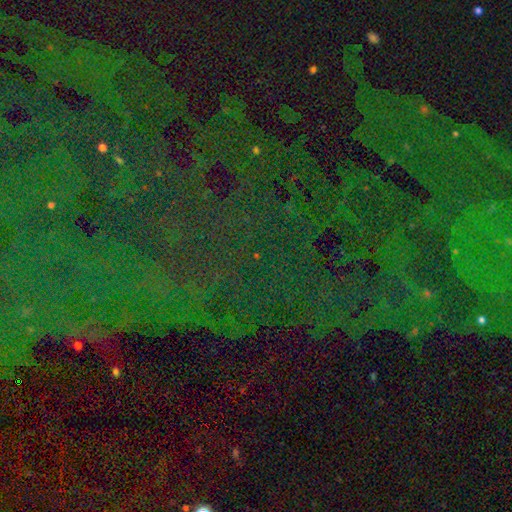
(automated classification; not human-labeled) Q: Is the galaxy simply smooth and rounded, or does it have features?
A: star or artifact — 83%.